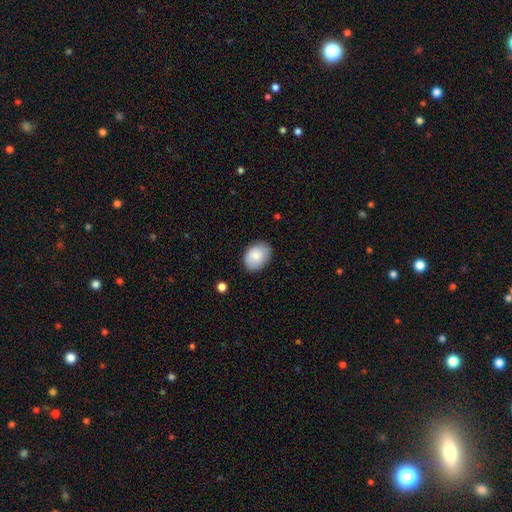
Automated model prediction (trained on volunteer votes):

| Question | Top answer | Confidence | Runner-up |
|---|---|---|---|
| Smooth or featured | smooth | 83% | featured or disk (10%) |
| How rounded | in between | 71% | round (28%) |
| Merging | none | 78% | minor disturbance (17%) |